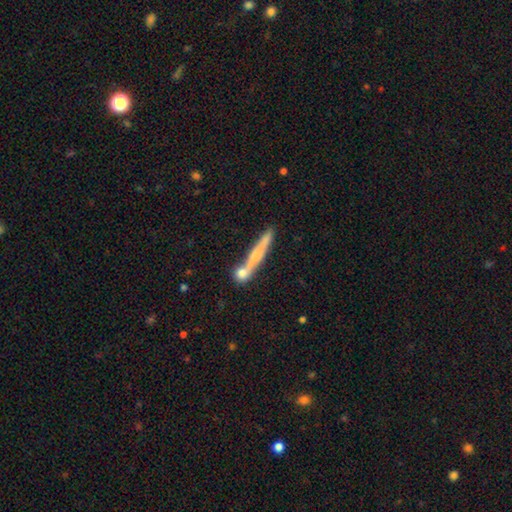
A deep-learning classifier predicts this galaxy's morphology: Smooth or featured? Predicted: smooth (p=0.47). Merging? Predicted: none (p=0.65).